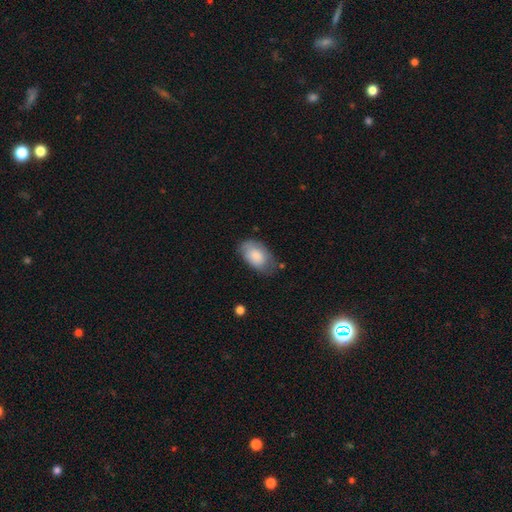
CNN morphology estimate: Smooth or featured? smooth (80%)
How rounded? in between (93%)
Merging? none (59%)